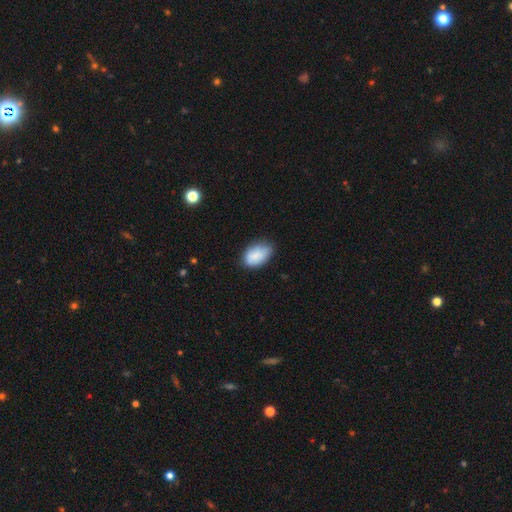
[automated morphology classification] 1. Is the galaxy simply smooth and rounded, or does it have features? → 83% smooth, 10% featured or disk, 7% star or artifact.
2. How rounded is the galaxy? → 90% in between, 9% round, 1% cigar-shaped.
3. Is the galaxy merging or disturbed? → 65% none, 28% minor disturbance, 5% major disturbance, 2% merger.